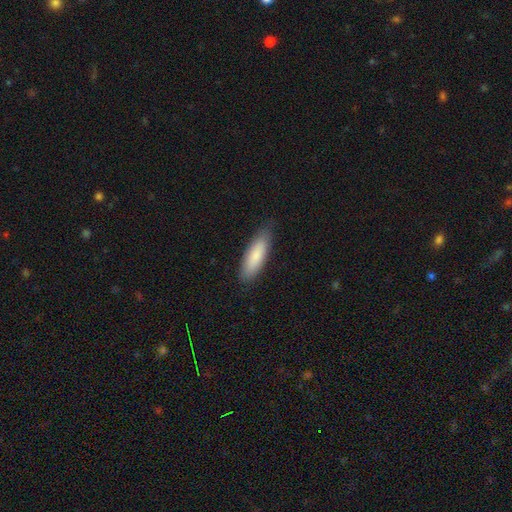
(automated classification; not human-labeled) Morphology: type=smooth (85%); roundness=in between (54%); merging=none (83%).